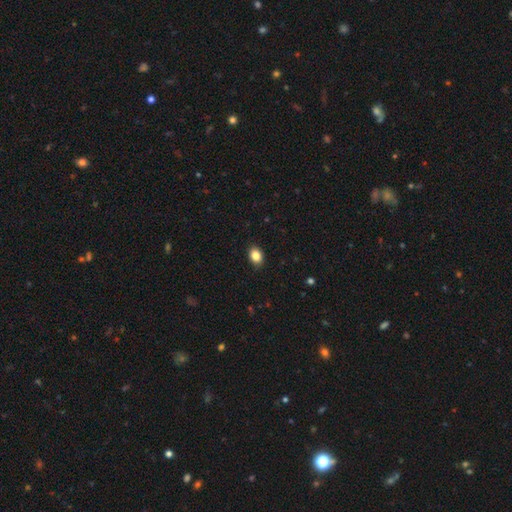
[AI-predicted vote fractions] Q: Smooth or featured?
A: smooth (85%); runner-up: star or artifact (9%)
Q: How rounded?
A: in between (73%); runner-up: round (26%)
Q: Merging?
A: none (90%); runner-up: minor disturbance (8%)